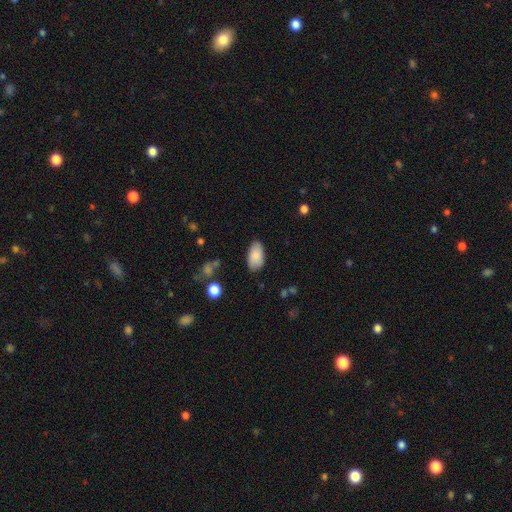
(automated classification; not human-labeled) Overall: smooth (86%). How rounded: in between (94%). Merging: none (80%).